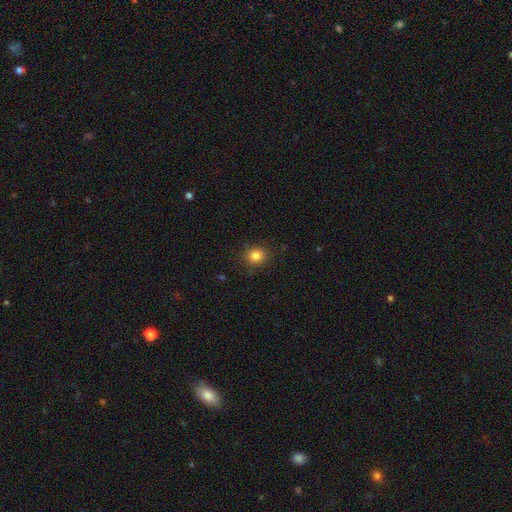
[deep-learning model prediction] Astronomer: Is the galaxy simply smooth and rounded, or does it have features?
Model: smooth — 83%.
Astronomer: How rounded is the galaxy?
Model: round — 83%.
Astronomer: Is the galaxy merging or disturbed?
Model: none — 86%.